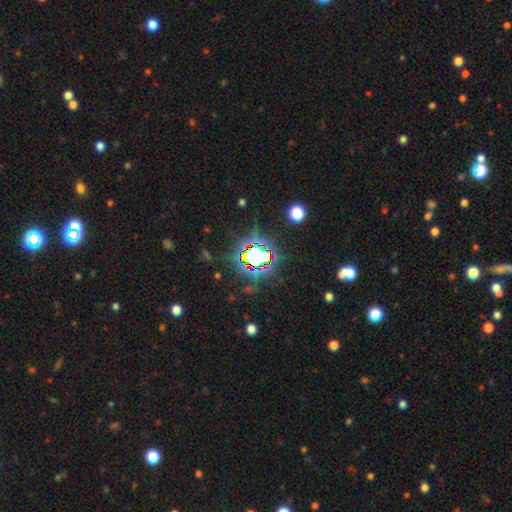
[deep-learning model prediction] Smooth or featured?
  - star or artifact: 73% *
  - smooth: 17%
  - featured or disk: 10%